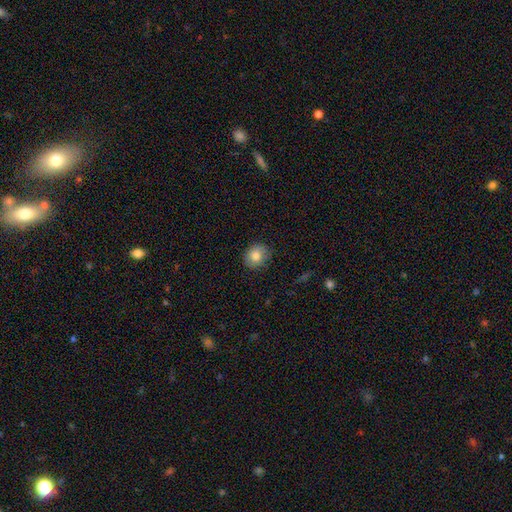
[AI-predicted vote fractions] The model was most divided on "how rounded": round: 72%, in between: 27%, cigar-shaped: 1%. More confident: merging — none (84%); smooth or featured — smooth (82%).